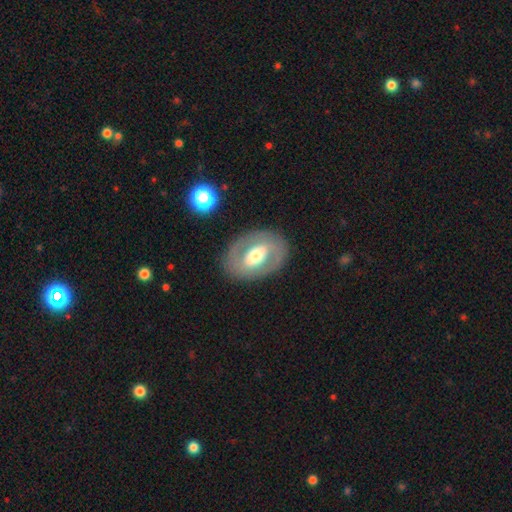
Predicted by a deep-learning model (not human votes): smooth_or_featured: featured or disk (p=0.61) [alt: smooth p=0.33]
disk_edge_on: no (p=0.93) [alt: yes p=0.07]
bar: no (p=0.40) [alt: weak p=0.33]
has_spiral_arms: no (p=0.65) [alt: yes p=0.35]
bulge_size: moderate (p=0.61) [alt: large p=0.22]
merging: none (p=0.83) [alt: minor disturbance p=0.10]